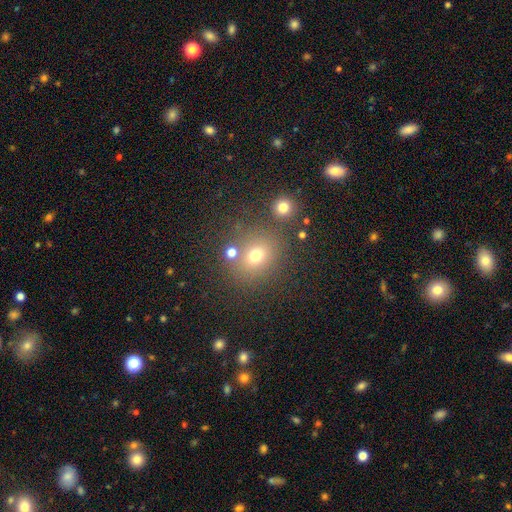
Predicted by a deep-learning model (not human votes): smooth_or_featured: smooth (p=0.70) [alt: star or artifact p=0.19]
how_rounded: round (p=0.75) [alt: in between p=0.24]
merging: none (p=0.72) [alt: merger p=0.12]